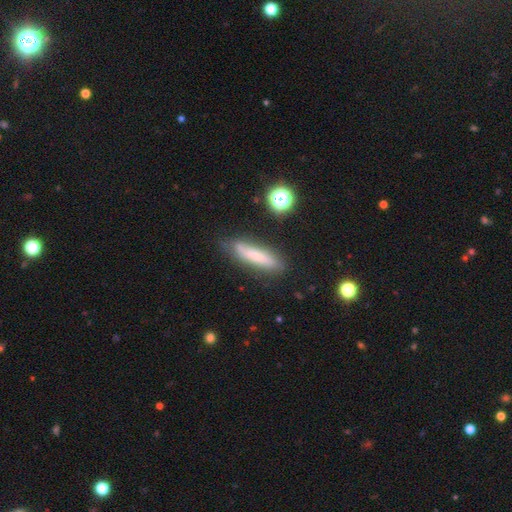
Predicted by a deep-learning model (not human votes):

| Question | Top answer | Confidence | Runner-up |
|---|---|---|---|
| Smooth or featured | smooth | 63% | featured or disk (27%) |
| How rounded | cigar-shaped | 83% | in between (15%) |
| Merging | none | 75% | minor disturbance (18%) |